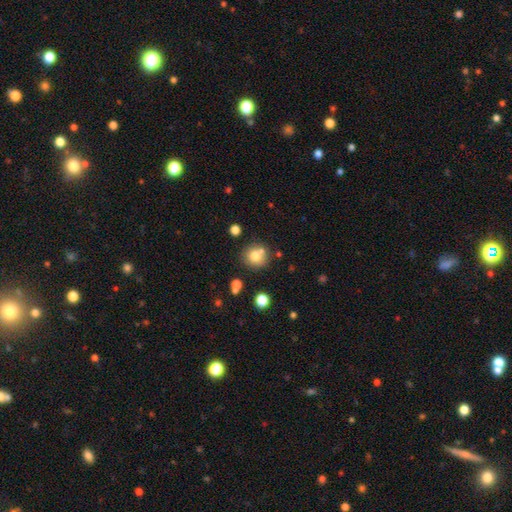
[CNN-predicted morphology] smooth 75%, featured or disk 12%, star or artifact 12%. Down the decision tree: how rounded — round (89%); merging — none (70%).